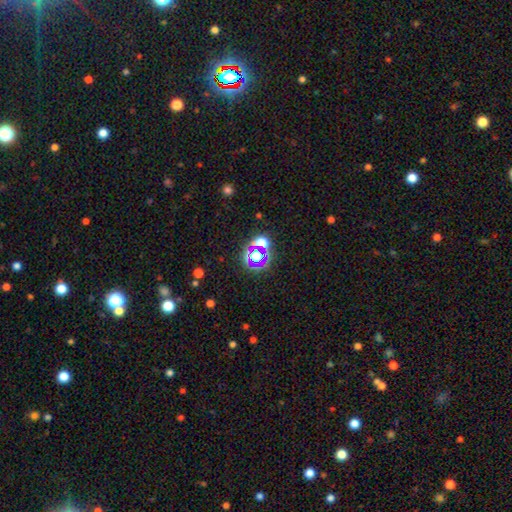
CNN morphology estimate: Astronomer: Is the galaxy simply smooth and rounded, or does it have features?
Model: star or artifact — 65%.